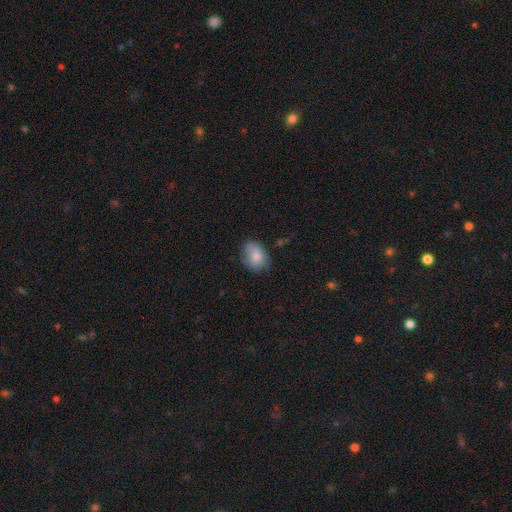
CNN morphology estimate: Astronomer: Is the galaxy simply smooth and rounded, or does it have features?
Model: smooth — 80%.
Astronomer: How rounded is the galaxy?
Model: in between — 72%.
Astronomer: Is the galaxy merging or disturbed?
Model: none — 65%.